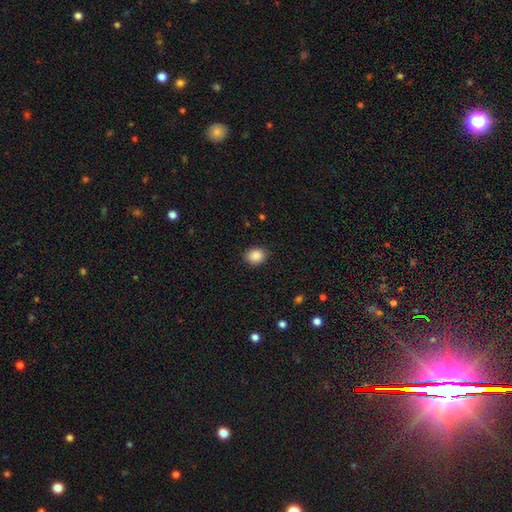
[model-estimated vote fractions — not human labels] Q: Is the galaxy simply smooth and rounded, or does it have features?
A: smooth — 88%.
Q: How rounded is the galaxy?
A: round — 54%.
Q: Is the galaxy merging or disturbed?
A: none — 88%.